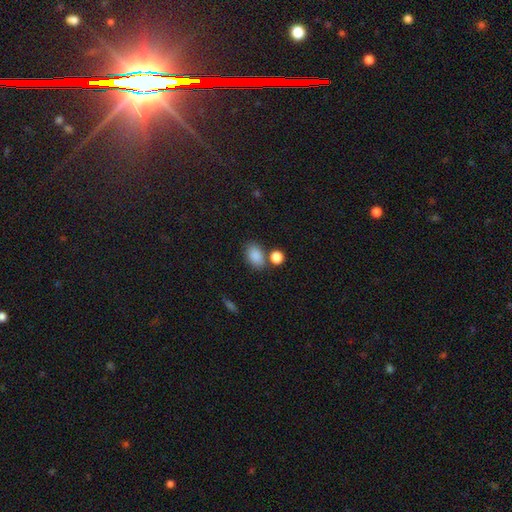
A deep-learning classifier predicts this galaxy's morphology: Smooth or featured? Predicted: smooth (p=0.86). How rounded? Predicted: in between (p=0.83). Merging? Predicted: none (p=0.69).